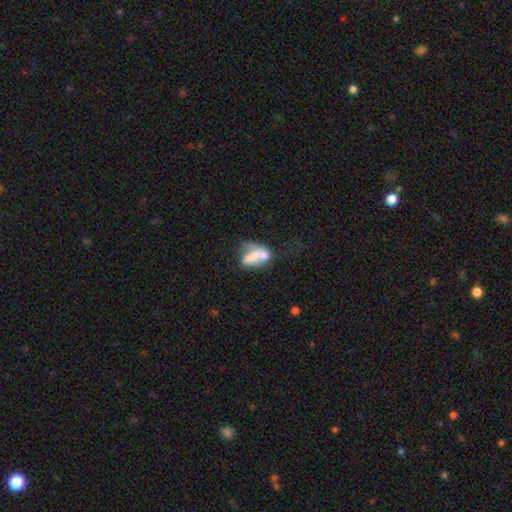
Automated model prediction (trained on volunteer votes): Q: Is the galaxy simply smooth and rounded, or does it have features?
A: smooth — 57%.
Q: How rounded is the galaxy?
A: in between — 71%.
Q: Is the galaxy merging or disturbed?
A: merger — 37%.